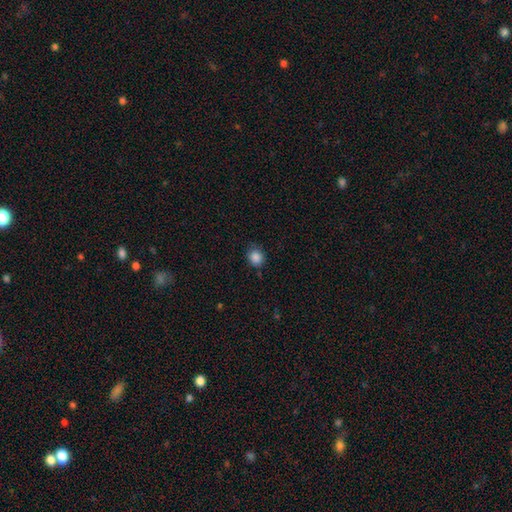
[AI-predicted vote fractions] The model was most divided on "how rounded": round: 74%, in between: 25%, cigar-shaped: 1%. More confident: smooth or featured — smooth (86%); merging — none (75%).